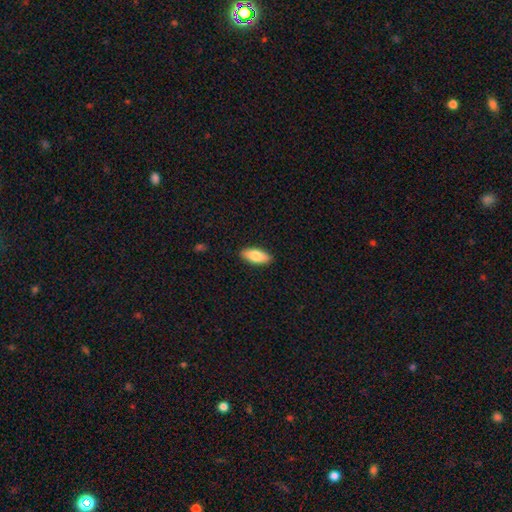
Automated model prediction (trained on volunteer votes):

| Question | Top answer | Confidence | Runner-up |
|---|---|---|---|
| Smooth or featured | smooth | 79% | featured or disk (15%) |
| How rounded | in between | 84% | cigar-shaped (14%) |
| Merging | none | 89% | minor disturbance (8%) |